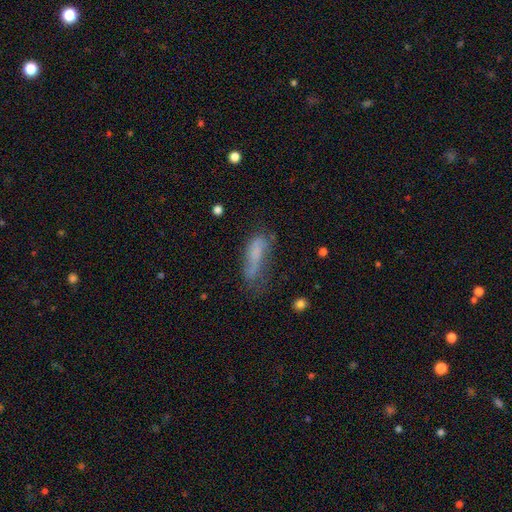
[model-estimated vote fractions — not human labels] Q: Smooth or featured?
A: smooth (61%); runner-up: featured or disk (28%)
Q: How rounded?
A: in between (53%); runner-up: cigar-shaped (45%)
Q: Merging?
A: none (36%); runner-up: minor disturbance (31%)